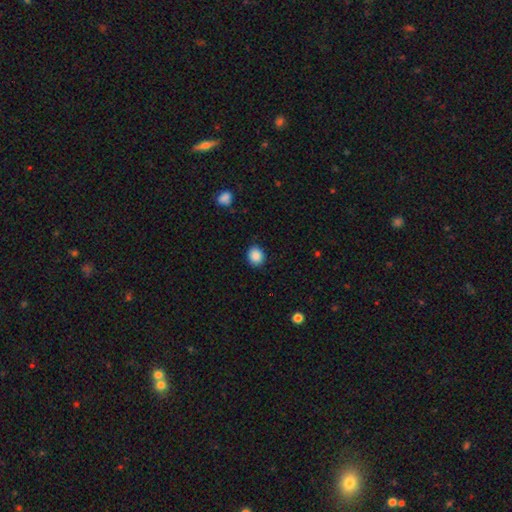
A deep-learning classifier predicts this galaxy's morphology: Smooth or featured? smooth (88%)
How rounded? round (75%)
Merging? none (88%)